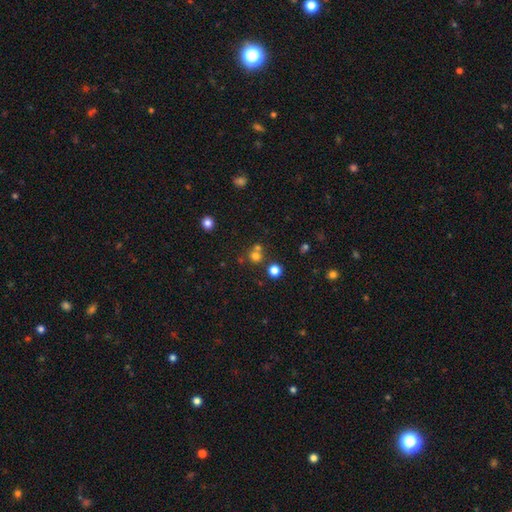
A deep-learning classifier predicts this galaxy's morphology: type=smooth (70%); roundness=round (90%); merging=none (63%).